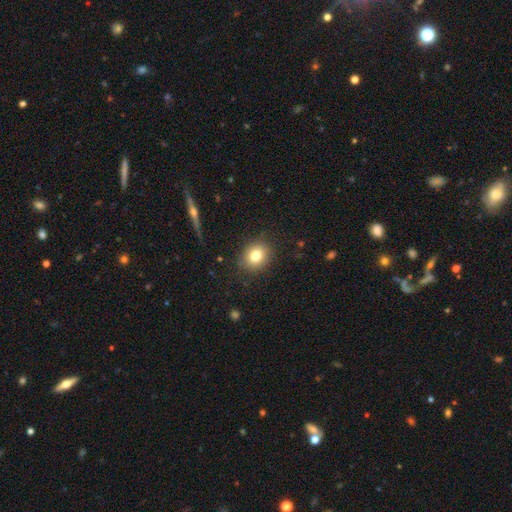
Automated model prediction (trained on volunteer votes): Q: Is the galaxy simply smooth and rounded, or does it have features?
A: smooth — 80%.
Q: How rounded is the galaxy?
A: round — 70%.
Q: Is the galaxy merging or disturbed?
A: none — 87%.